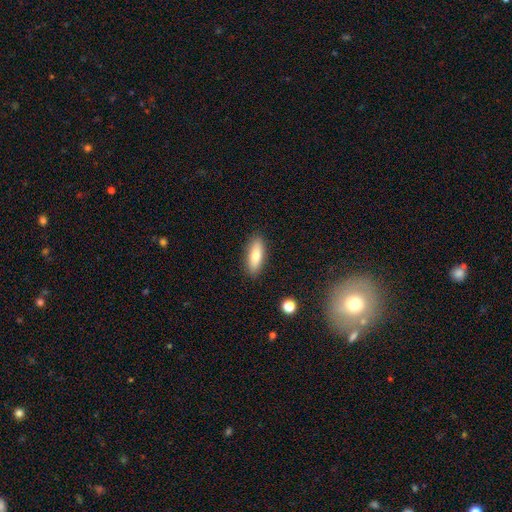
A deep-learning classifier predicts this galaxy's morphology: type=smooth (73%); roundness=in between (65%); merging=none (88%).